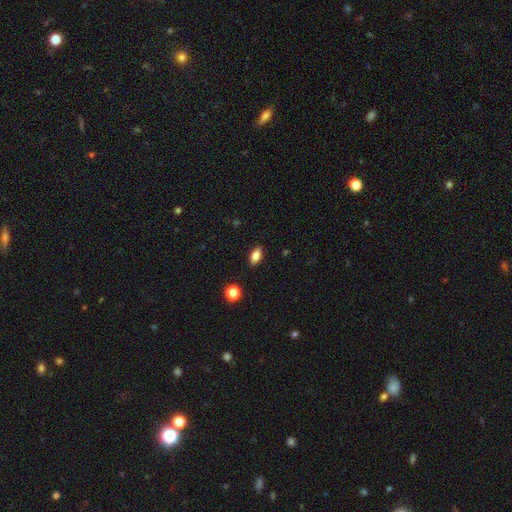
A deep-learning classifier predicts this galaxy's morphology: Smooth or featured? Predicted: smooth (p=0.76). How rounded? Predicted: in between (p=0.86). Merging? Predicted: none (p=0.88).